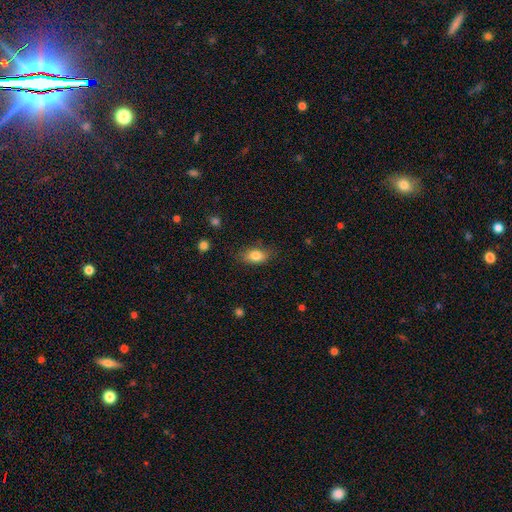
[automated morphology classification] smooth 82%, featured or disk 10%, star or artifact 8%. Down the decision tree: how rounded — in between (84%); merging — none (79%).